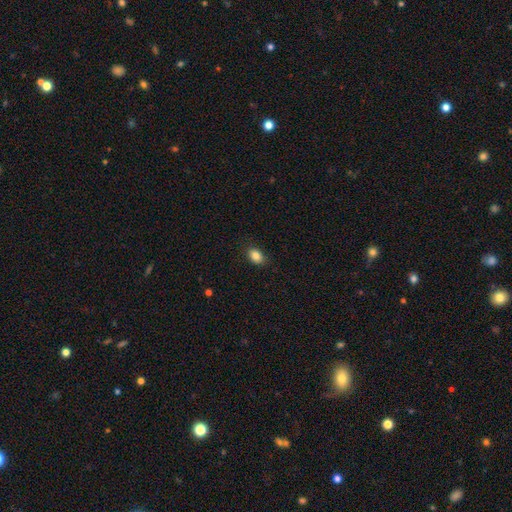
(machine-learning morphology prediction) Q: Smooth or featured?
A: smooth (86%); runner-up: star or artifact (9%)
Q: How rounded?
A: in between (80%); runner-up: round (19%)
Q: Merging?
A: none (85%); runner-up: minor disturbance (11%)